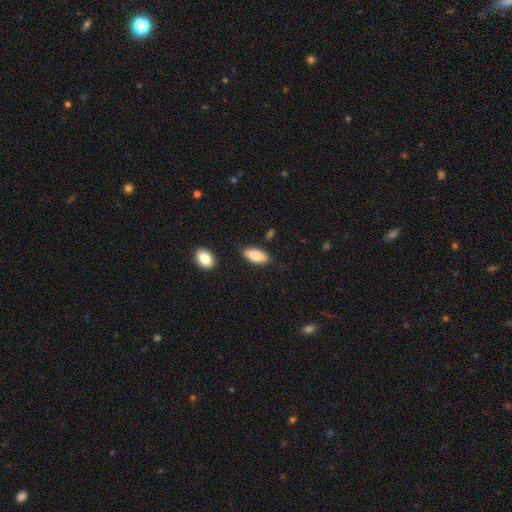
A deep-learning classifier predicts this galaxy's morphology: A smooth galaxy with no disk features (84%) that is in between round and cigar-shaped (91%).

Vote fractions:
- Smooth or featured? smooth: 84% / featured or disk: 9% / star or artifact: 6%
- How rounded? in between: 91% / cigar-shaped: 7% / round: 2%
- Merging? none: 80% / minor disturbance: 14% / merger: 3% / major disturbance: 3%